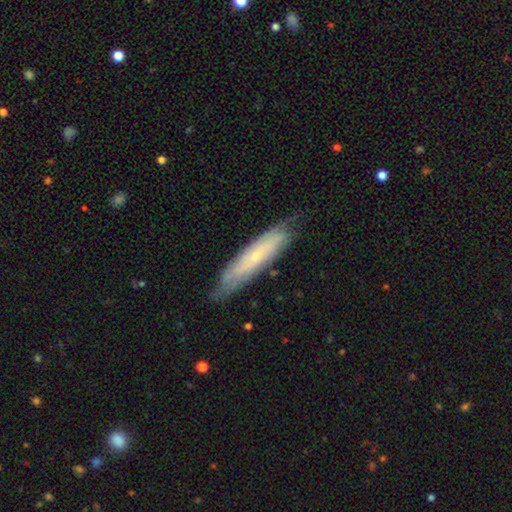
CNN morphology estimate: Overall: featured or disk (54%; smooth 39%). Edge-on disk: no (53%; yes 47%). Merging: none (75%).